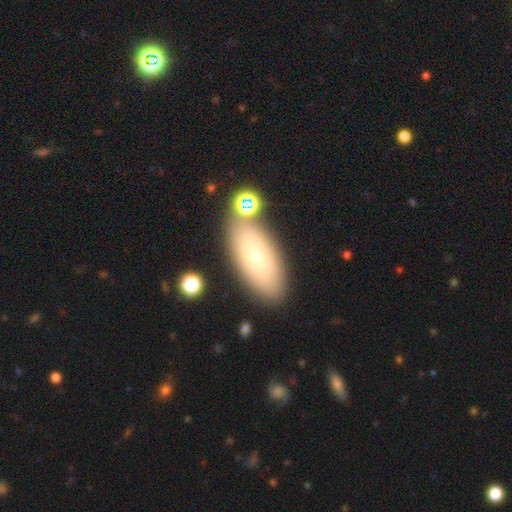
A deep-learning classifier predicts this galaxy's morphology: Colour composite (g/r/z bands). It shows a smooth galaxy with no disk features (72%) that is in between round and cigar-shaped (82%). Merging: none (77%).